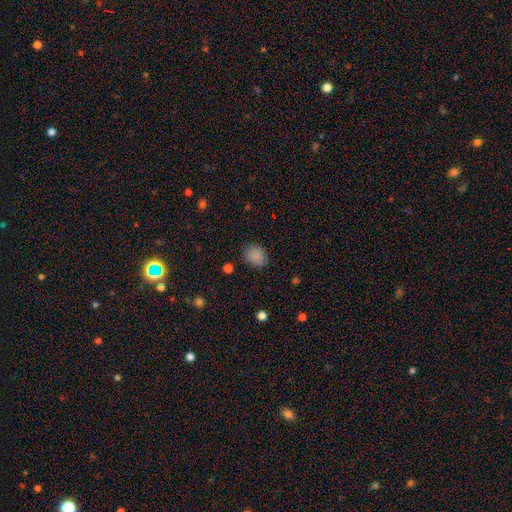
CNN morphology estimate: type=smooth (85%); roundness=in between (53%); merging=none (84%).